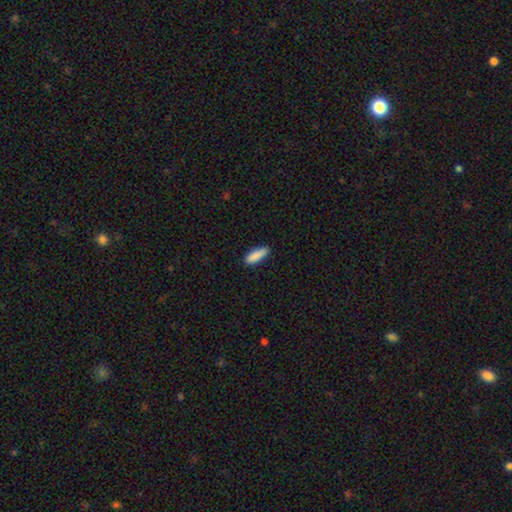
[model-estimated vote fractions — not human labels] Morphology: type=smooth (89%); roundness=in between (52%); merging=none (85%).